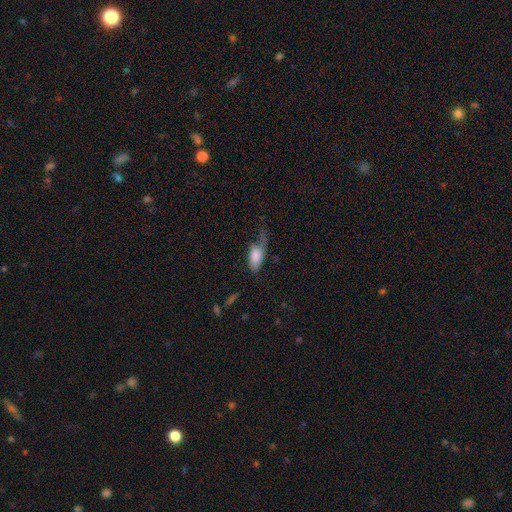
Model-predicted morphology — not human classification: Smooth or featured: smooth — 72% (featured or disk — 21%)
How rounded: in between — 86% (cigar-shaped — 10%)
Merging: major disturbance — 40% (minor disturbance — 31%)